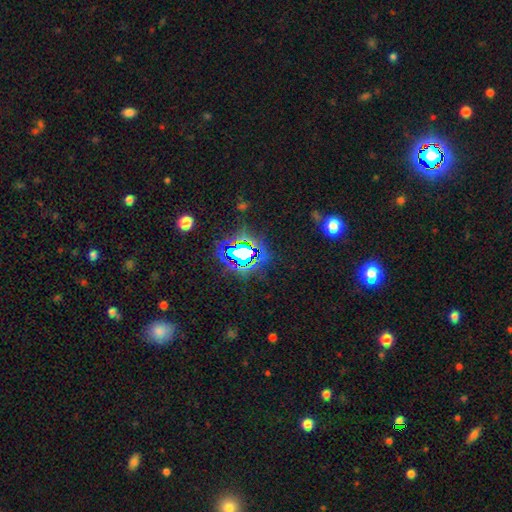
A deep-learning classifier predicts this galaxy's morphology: star or artifact 79%, smooth 13%, featured or disk 8%.